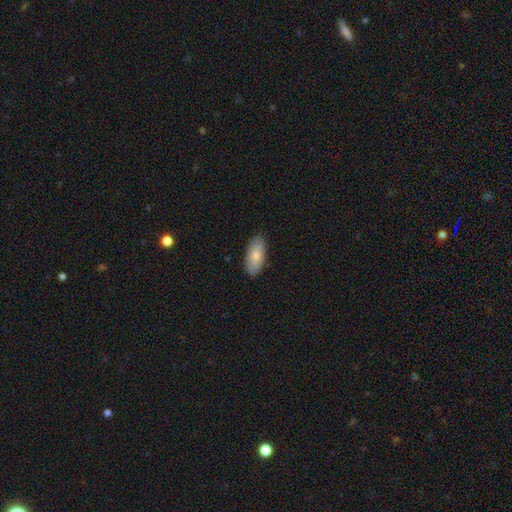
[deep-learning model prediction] Smooth or featured?
  - smooth: 81% *
  - featured or disk: 14%
  - star or artifact: 5%
How rounded?
  - in between: 92% *
  - cigar-shaped: 6%
  - round: 2%
Merging?
  - none: 87% *
  - minor disturbance: 10%
  - major disturbance: 2%
  - merger: 1%